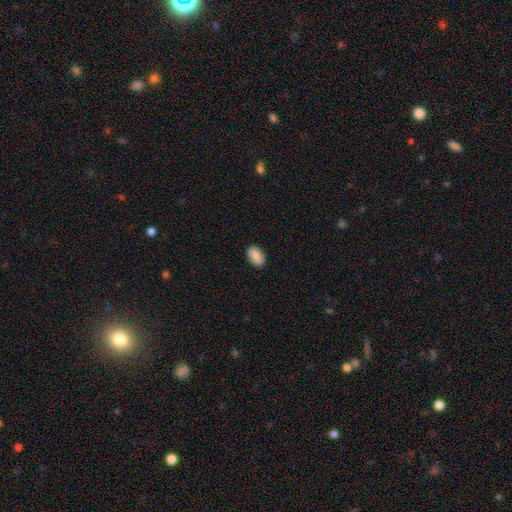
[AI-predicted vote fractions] The model was most divided on "smooth or featured": smooth: 85%, featured or disk: 8%, star or artifact: 7%. More confident: how rounded — in between (91%); merging — none (88%).